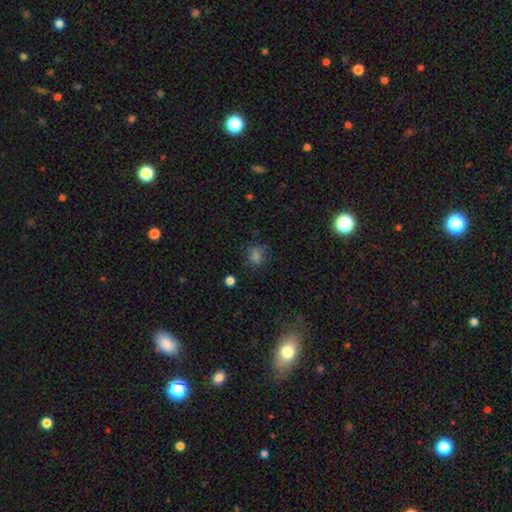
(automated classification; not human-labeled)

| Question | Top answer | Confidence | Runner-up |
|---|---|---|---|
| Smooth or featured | smooth | 71% | star or artifact (23%) |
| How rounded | round | 62% | in between (37%) |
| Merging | none | 75% | minor disturbance (16%) |